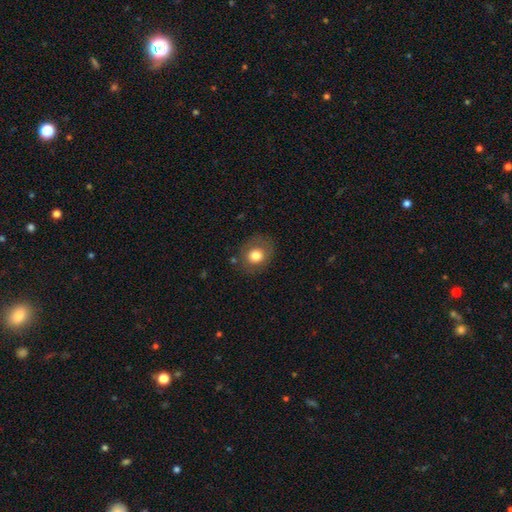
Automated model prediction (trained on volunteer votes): Q: Smooth or featured?
A: smooth (77%); runner-up: featured or disk (14%)
Q: How rounded?
A: round (70%); runner-up: in between (29%)
Q: Merging?
A: none (78%); runner-up: minor disturbance (14%)